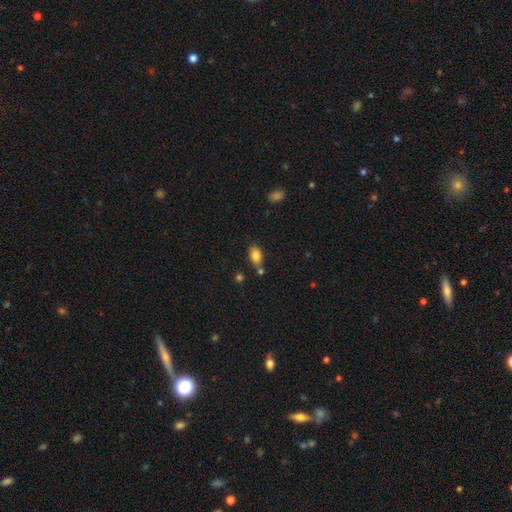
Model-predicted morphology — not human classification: smooth-or-featured: smooth: 83% | star or artifact: 9% | featured or disk: 9%
  how-rounded: in between: 89% | round: 8% | cigar-shaped: 3%
  merging: none: 67% | minor disturbance: 16% | merger: 14% | major disturbance: 4%